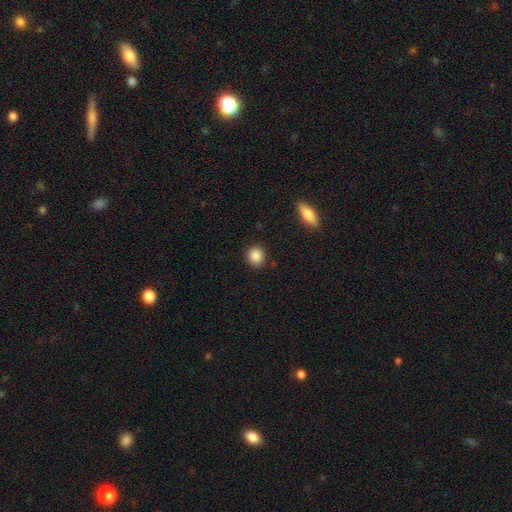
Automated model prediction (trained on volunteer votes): A smooth galaxy with no disk features (87%) that is round (80%).

Vote fractions:
- Smooth or featured? smooth: 87% / star or artifact: 9% / featured or disk: 4%
- How rounded? round: 80% / in between: 18% / cigar-shaped: 1%
- Merging? none: 89% / minor disturbance: 7% / major disturbance: 2% / merger: 2%